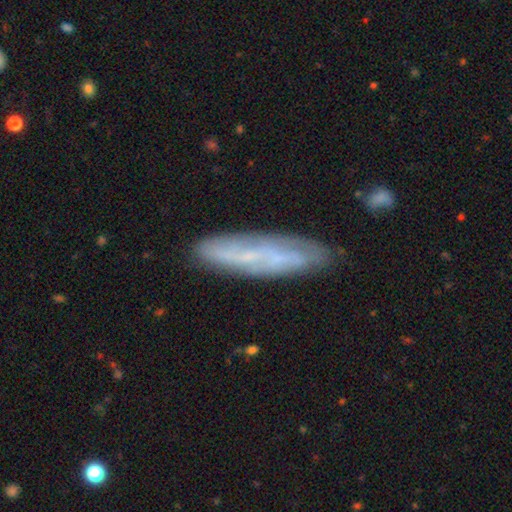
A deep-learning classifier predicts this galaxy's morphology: The model was most divided on "edge-on disk": no: 58%, yes: 42%. More confident: merging — none (79%); smooth or featured — featured or disk (60%).